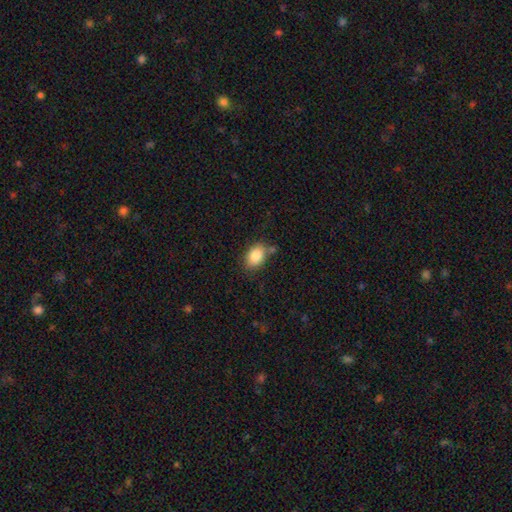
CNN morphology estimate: Smooth or featured?
  - smooth: 85% *
  - star or artifact: 8%
  - featured or disk: 7%
How rounded?
  - in between: 80% *
  - round: 19%
  - cigar-shaped: 1%
Merging?
  - none: 71% *
  - minor disturbance: 17%
  - merger: 8%
  - major disturbance: 4%